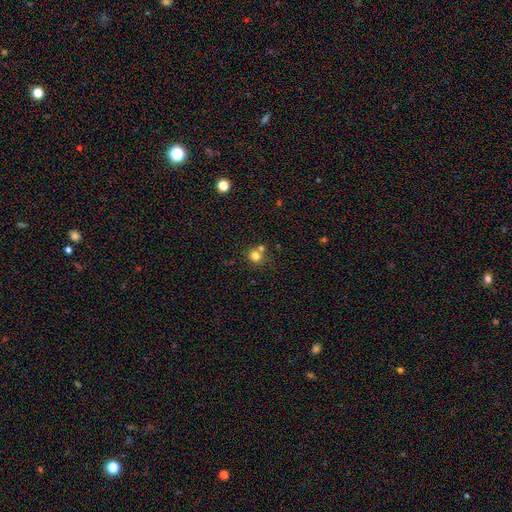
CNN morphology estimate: Smooth or featured: smooth — 79% (star or artifact — 13%)
How rounded: round — 86% (in between — 13%)
Merging: none — 56% (merger — 33%)